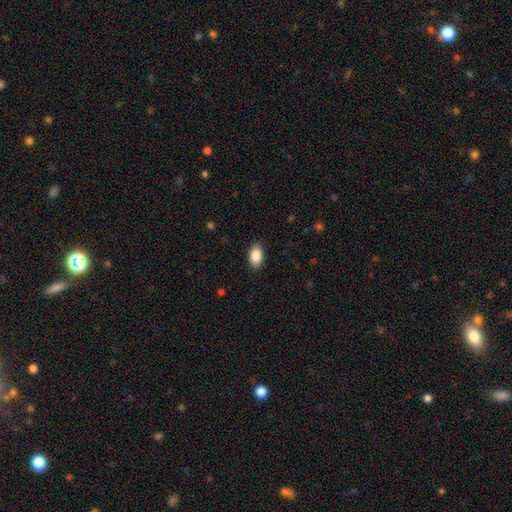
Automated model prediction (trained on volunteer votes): Smooth or featured?
  - smooth: 88% *
  - star or artifact: 7%
  - featured or disk: 5%
How rounded?
  - in between: 93% *
  - round: 6%
  - cigar-shaped: 2%
Merging?
  - none: 88% *
  - minor disturbance: 8%
  - major disturbance: 2%
  - merger: 1%